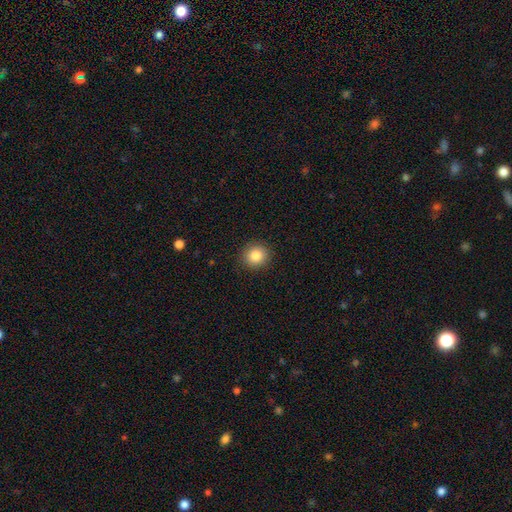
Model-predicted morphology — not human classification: This appears to be a smooth galaxy with no disk features (85%) that is round (89%). Merging: none (91%).